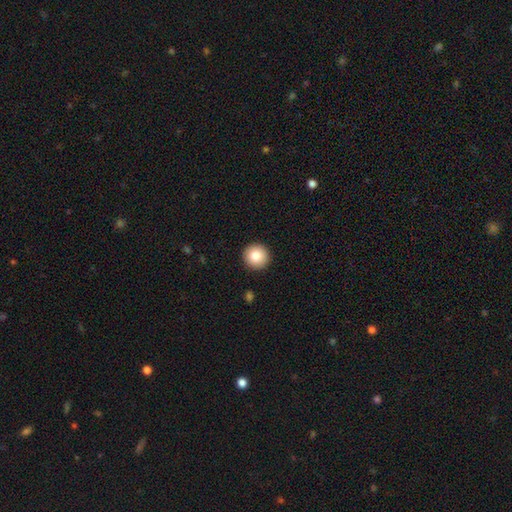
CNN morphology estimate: smooth-or-featured: smooth: 81% | featured or disk: 10% | star or artifact: 9%
  how-rounded: round: 96% | in between: 3% | cigar-shaped: 1%
  merging: none: 93% | minor disturbance: 5% | major disturbance: 1% | merger: 1%